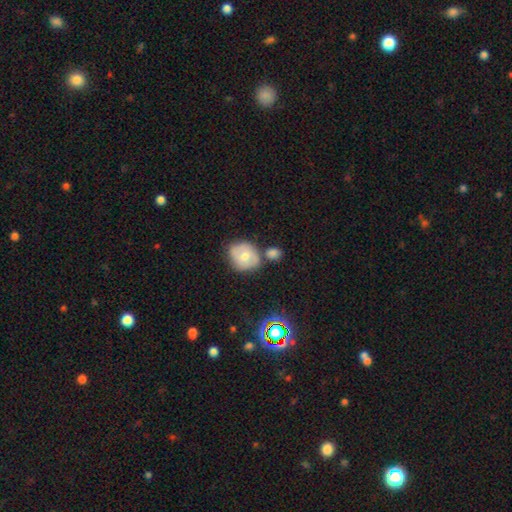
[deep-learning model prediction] Smooth or featured? smooth (40%)
Merging? none (74%)